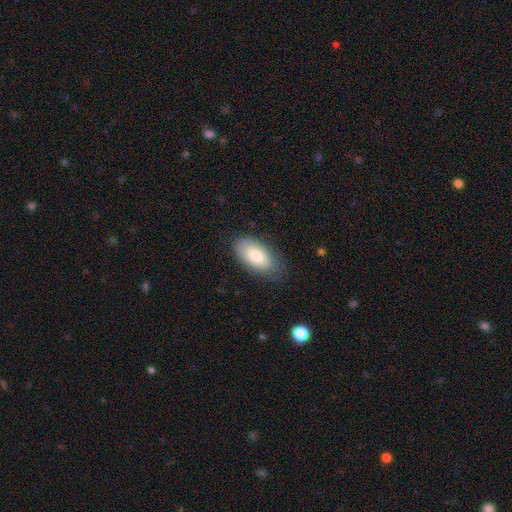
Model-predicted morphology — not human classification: A smooth galaxy with no disk features (81%) that is in between round and cigar-shaped (94%).

Vote fractions:
- Smooth or featured? smooth: 81% / featured or disk: 12% / star or artifact: 7%
- How rounded? in between: 94% / cigar-shaped: 3% / round: 3%
- Merging? none: 77% / minor disturbance: 18% / major disturbance: 4% / merger: 1%